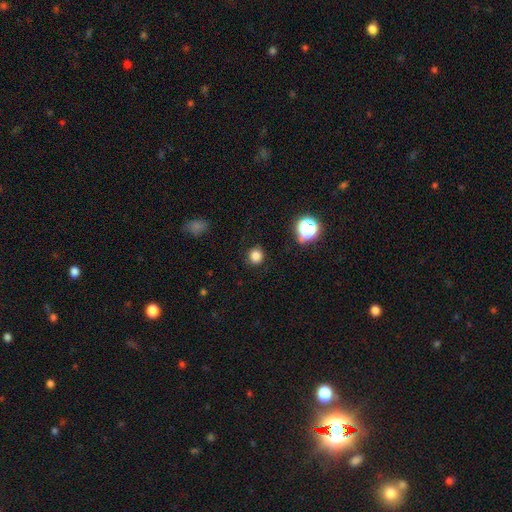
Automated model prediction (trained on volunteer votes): Q: Smooth or featured?
A: smooth (80%); runner-up: star or artifact (16%)
Q: How rounded?
A: round (90%); runner-up: in between (9%)
Q: Merging?
A: none (89%); runner-up: minor disturbance (7%)